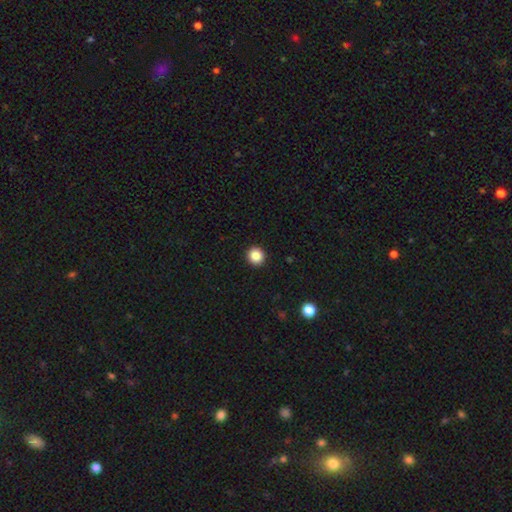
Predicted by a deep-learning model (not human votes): Overall: smooth (86%). How rounded: round (92%). Merging: none (93%).